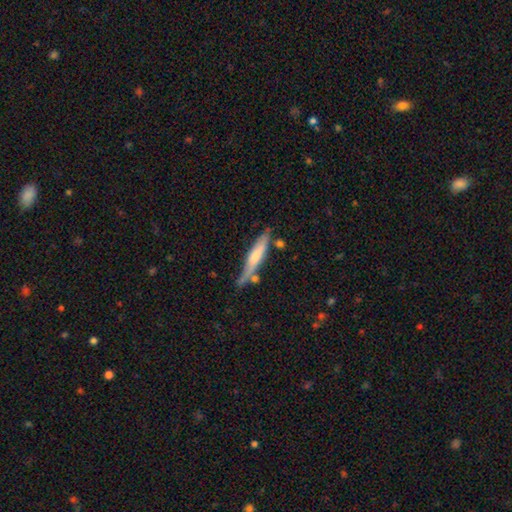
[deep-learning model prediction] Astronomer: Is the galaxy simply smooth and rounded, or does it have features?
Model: smooth — 57% (runner-up: featured or disk, 37%).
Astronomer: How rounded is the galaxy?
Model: cigar-shaped — 88%.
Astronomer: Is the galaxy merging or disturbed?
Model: none — 64%.